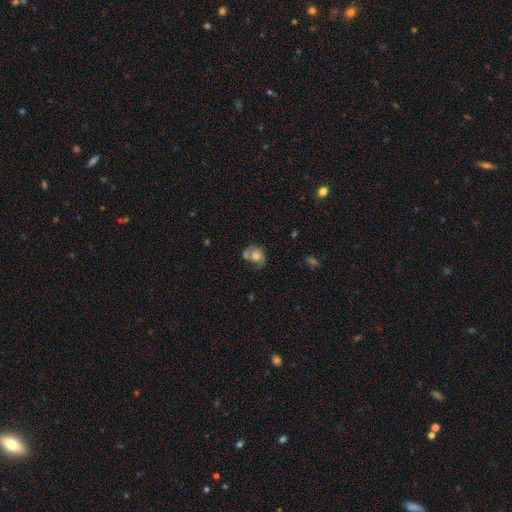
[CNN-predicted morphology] Q: Smooth or featured?
A: smooth (53%); runner-up: featured or disk (38%)
Q: How rounded?
A: round (57%); runner-up: in between (42%)
Q: Merging?
A: none (34%); runner-up: merger (24%)